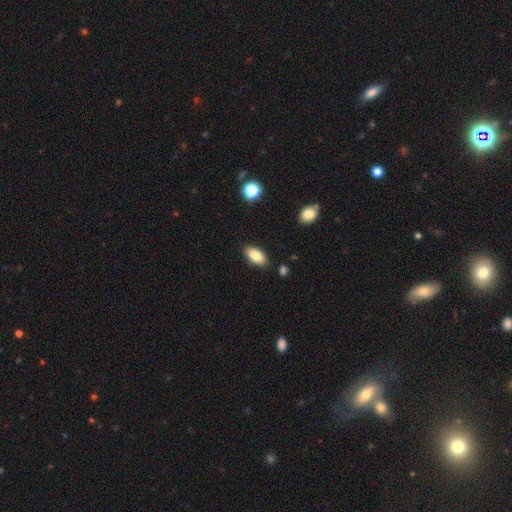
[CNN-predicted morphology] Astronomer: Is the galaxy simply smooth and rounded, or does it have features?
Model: smooth — 85%.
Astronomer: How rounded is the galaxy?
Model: in between — 90%.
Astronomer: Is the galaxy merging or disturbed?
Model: none — 86%.